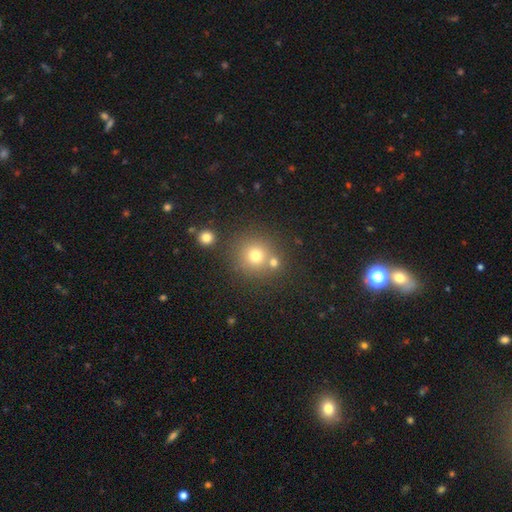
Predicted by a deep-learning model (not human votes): Smooth or featured: smooth — 73% (star or artifact — 17%)
How rounded: round — 92% (in between — 7%)
Merging: none — 72% (merger — 16%)